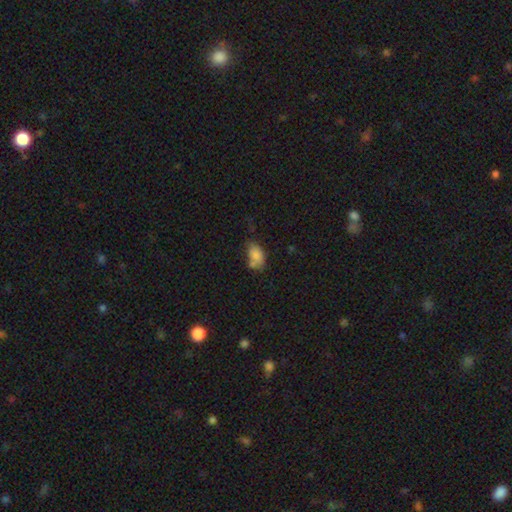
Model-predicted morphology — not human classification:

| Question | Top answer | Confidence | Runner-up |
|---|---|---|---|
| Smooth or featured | smooth | 79% | featured or disk (12%) |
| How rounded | in between | 89% | round (9%) |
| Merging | none | 47% | minor disturbance (26%) |